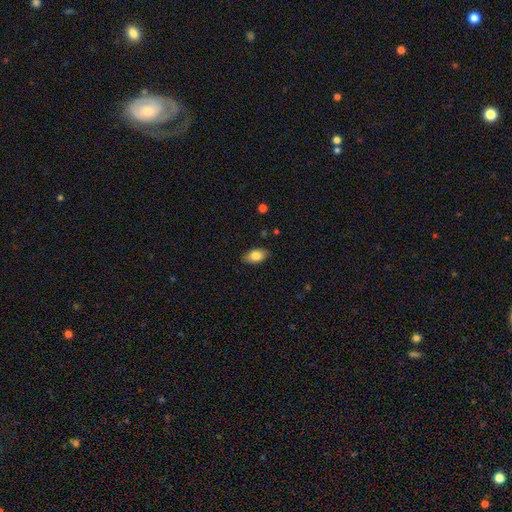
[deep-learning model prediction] smooth-or-featured: smooth: 82% | featured or disk: 11% | star or artifact: 7%
  how-rounded: in between: 91% | round: 6% | cigar-shaped: 3%
  merging: none: 84% | minor disturbance: 12% | major disturbance: 3% | merger: 1%